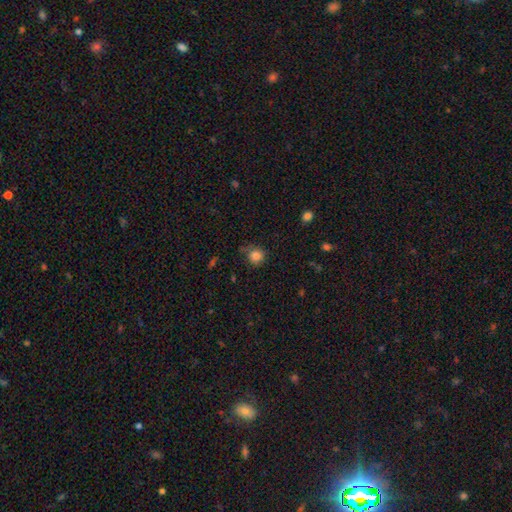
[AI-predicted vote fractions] The model was most divided on "merging": none: 65%, minor disturbance: 24%, major disturbance: 8%, merger: 3%. More confident: how rounded — round (84%); smooth or featured — smooth (84%).